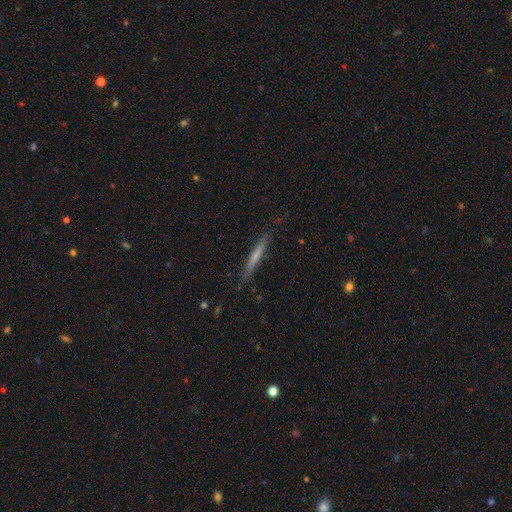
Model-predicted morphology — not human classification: Overall: smooth (60%; featured or disk 34%). How rounded: cigar-shaped (96%). Merging: none (88%).